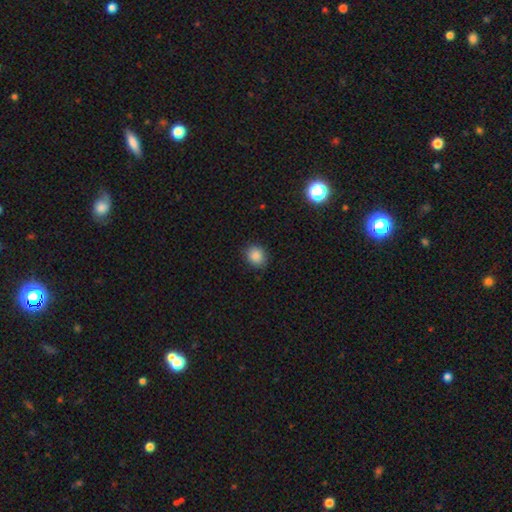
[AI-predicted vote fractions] Smooth or featured: smooth — 87% (star or artifact — 10%)
How rounded: round — 73% (in between — 26%)
Merging: none — 86% (minor disturbance — 10%)